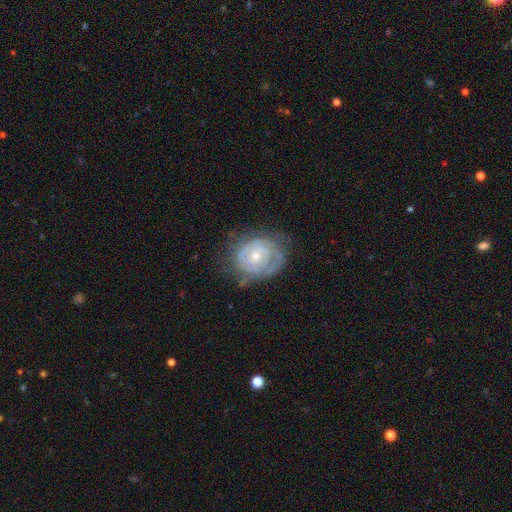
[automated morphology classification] A featured or disk galaxy (78%) with no bar (76%), tight (75%) spiral arms (84%) and a small central bulge (55%). Merging: none (64%).